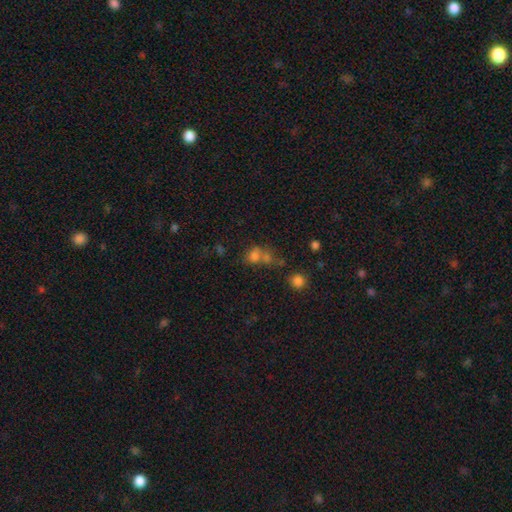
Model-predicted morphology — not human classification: type=smooth (61%); roundness=round (56%); merging=merger (48%).